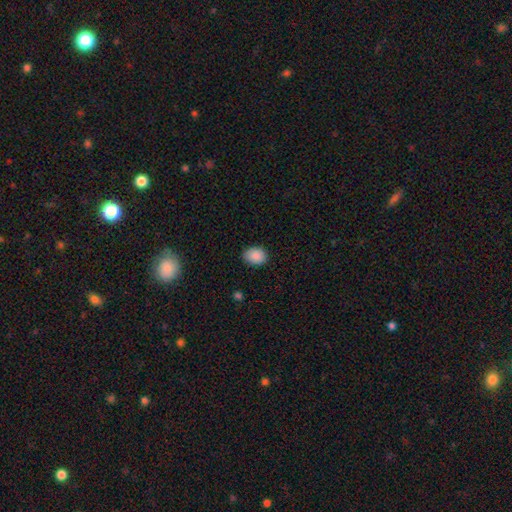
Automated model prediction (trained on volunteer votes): Smooth or featured: smooth — 89% (star or artifact — 8%)
How rounded: in between — 67% (round — 32%)
Merging: none — 85% (minor disturbance — 12%)